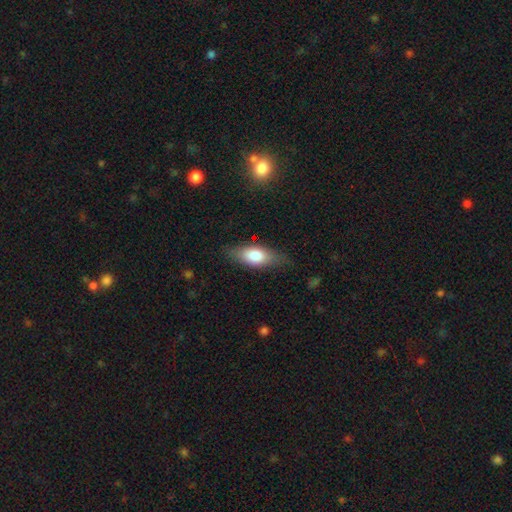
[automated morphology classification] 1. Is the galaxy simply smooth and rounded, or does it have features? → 75% smooth, 19% featured or disk, 7% star or artifact.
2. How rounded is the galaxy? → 80% in between, 16% cigar-shaped, 4% round.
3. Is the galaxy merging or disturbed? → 74% none, 19% minor disturbance, 6% major disturbance, 1% merger.